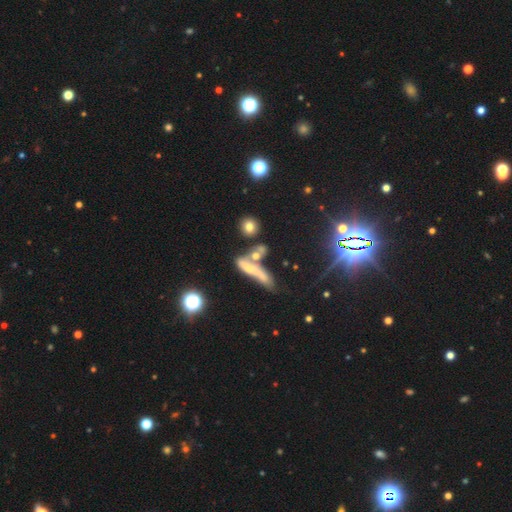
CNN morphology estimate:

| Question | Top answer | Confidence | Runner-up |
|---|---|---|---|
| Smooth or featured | smooth | 49% | featured or disk (37%) |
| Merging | merger | 42% | none (27%) |